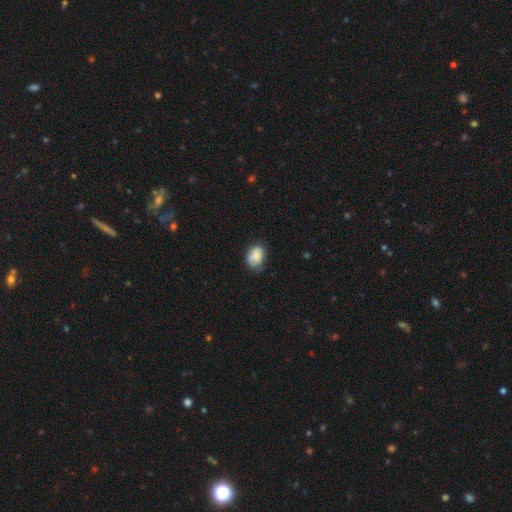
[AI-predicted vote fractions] This is likely a smooth galaxy (79%). How rounded: likely in between (75%). Merging: likely none (63%).